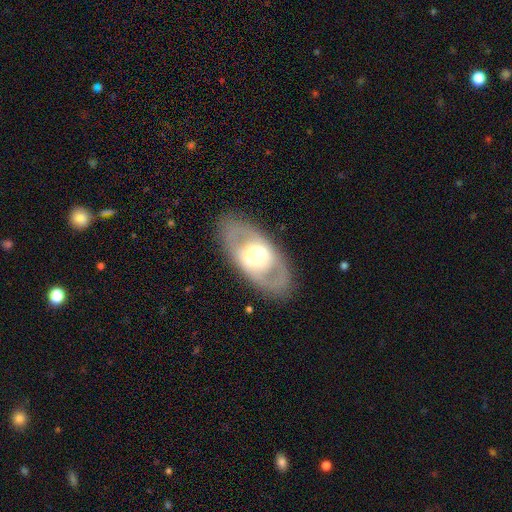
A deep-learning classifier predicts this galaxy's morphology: Smooth or featured: featured or disk — 64% (smooth — 30%)
Edge-on disk: no — 86% (yes — 14%)
Bar: no — 37% (weak — 34%)
Spiral arms: no — 70% (yes — 30%)
Bulge size: moderate — 51% (large — 34%)
Merging: none — 83% (minor disturbance — 10%)